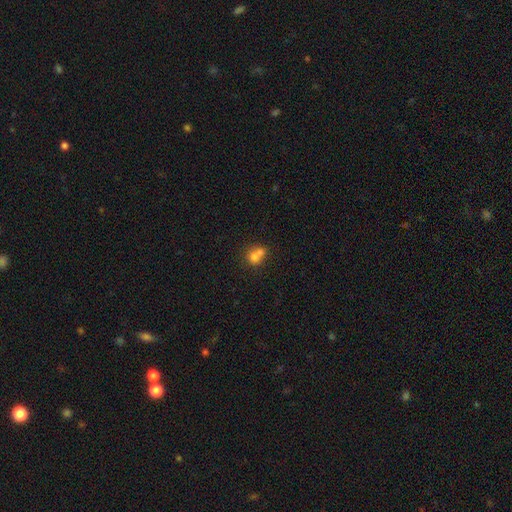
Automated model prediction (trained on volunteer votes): Q: Smooth or featured?
A: smooth (71%); runner-up: featured or disk (17%)
Q: How rounded?
A: round (62%); runner-up: in between (37%)
Q: Merging?
A: merger (62%); runner-up: none (26%)